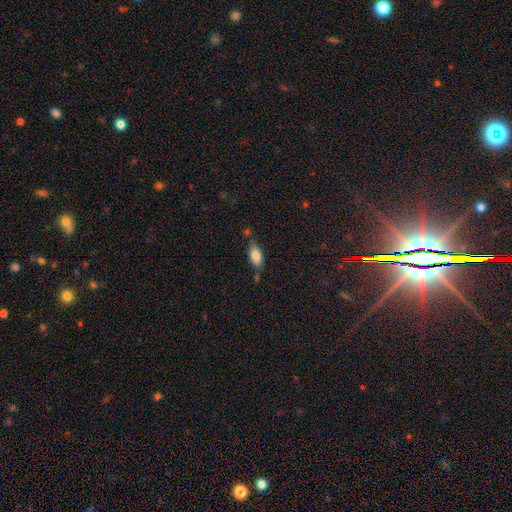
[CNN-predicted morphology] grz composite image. It shows a smooth galaxy with no disk features (75%) that is in between round and cigar-shaped (85%). Merging: none (60%).